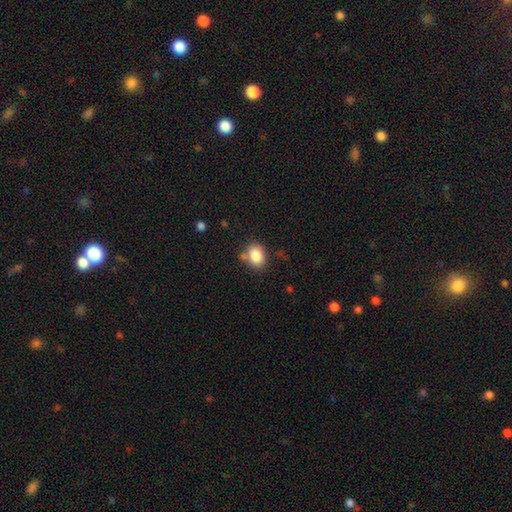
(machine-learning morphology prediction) smooth 85%, star or artifact 9%, featured or disk 6%. Down the decision tree: how rounded — in between (56%); merging — none (69%).